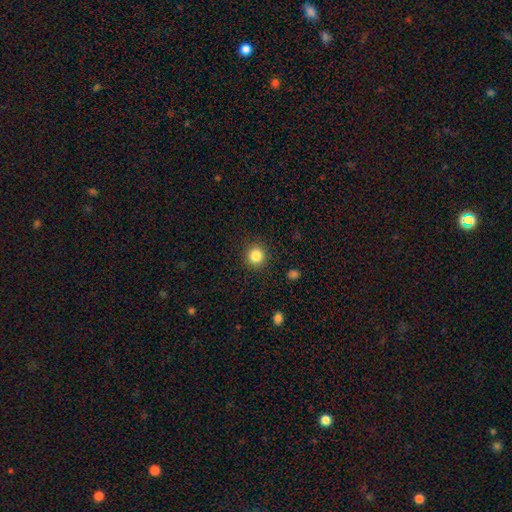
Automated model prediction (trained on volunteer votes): This appears to be a smooth galaxy with no disk features (84%) that is round (92%). Merging: none (90%).